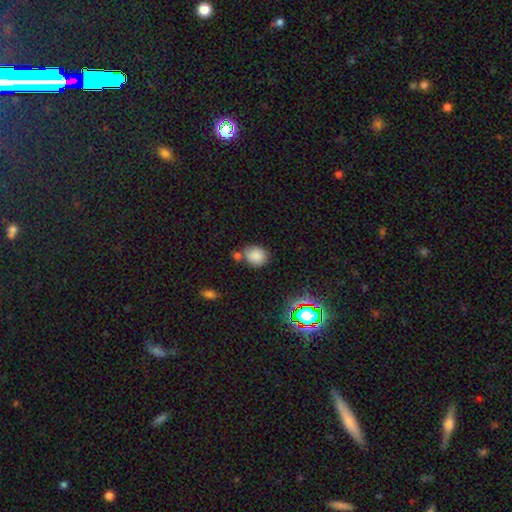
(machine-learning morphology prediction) smooth-or-featured: smooth: 82% | star or artifact: 12% | featured or disk: 6%
  how-rounded: round: 72% | in between: 27% | cigar-shaped: 1%
  merging: none: 63% | merger: 18% | minor disturbance: 15% | major disturbance: 4%